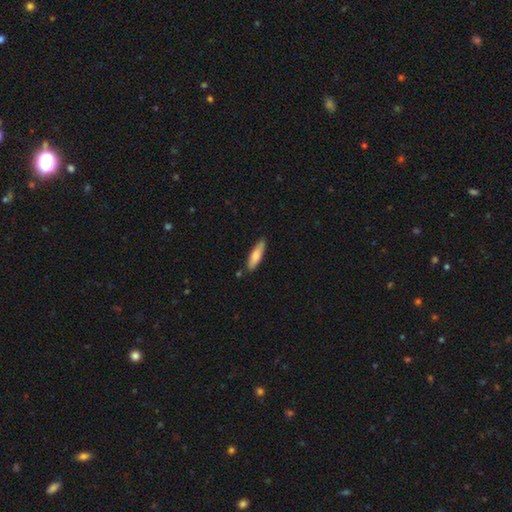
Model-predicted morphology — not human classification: Overall: smooth (74%). How rounded: cigar-shaped (65%; in between 34%). Merging: none (83%).